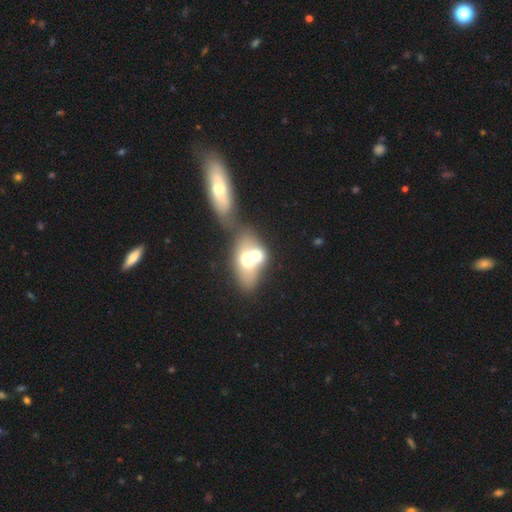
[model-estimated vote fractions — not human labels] The model was most divided on "smooth or featured": smooth: 57%, featured or disk: 34%, star or artifact: 9%. More confident: merging — merger (75%); how rounded — in between (73%).